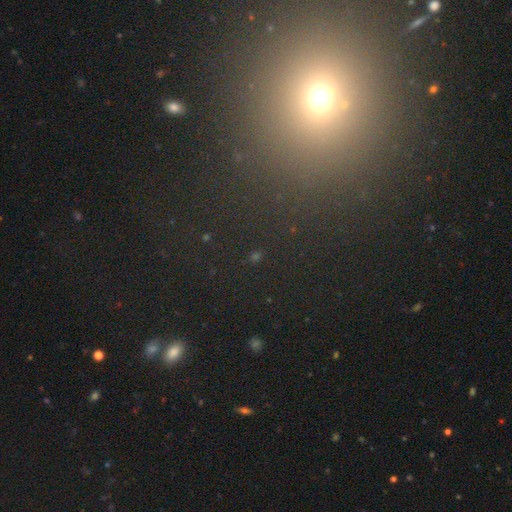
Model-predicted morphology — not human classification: star or artifact 57%, smooth 31%, featured or disk 12%.